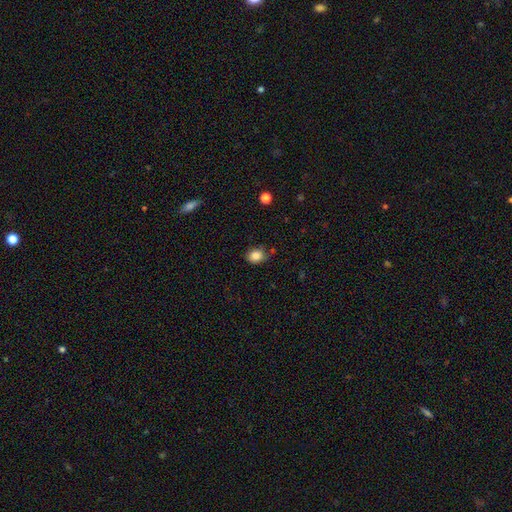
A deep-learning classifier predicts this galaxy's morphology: type=smooth (85%); roundness=round (54%); merging=none (73%).